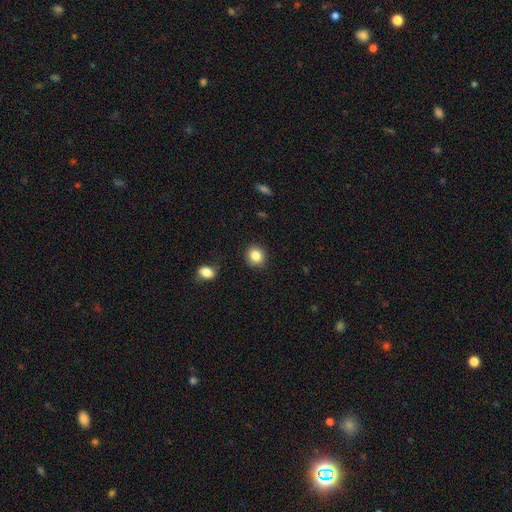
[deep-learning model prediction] smooth 85%, star or artifact 10%, featured or disk 6%. Down the decision tree: how rounded — round (83%); merging — none (89%).